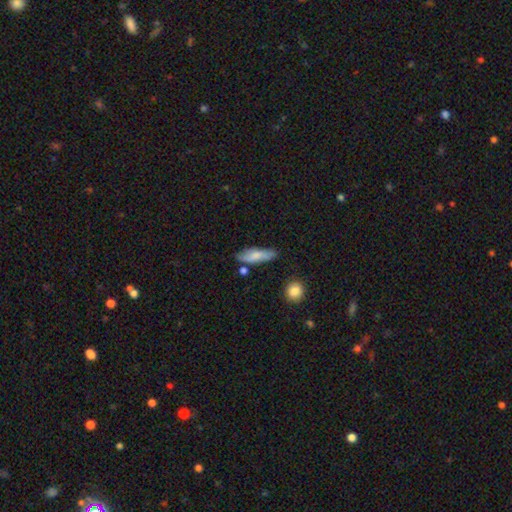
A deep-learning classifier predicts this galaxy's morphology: Smooth or featured?
  - smooth: 69% *
  - featured or disk: 24%
  - star or artifact: 7%
How rounded?
  - cigar-shaped: 51% *
  - in between: 46%
  - round: 3%
Merging?
  - none: 71% *
  - minor disturbance: 20%
  - merger: 5%
  - major disturbance: 4%